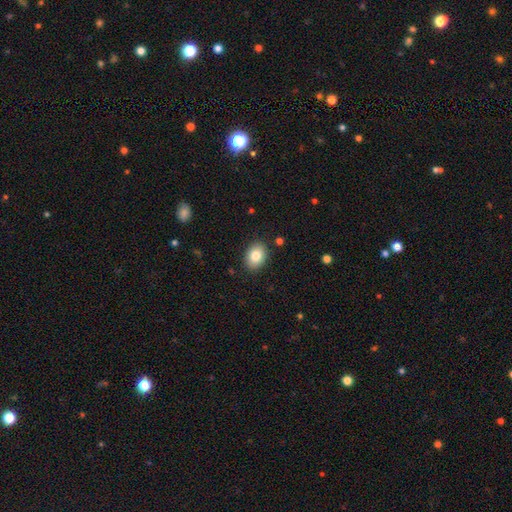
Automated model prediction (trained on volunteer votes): smooth 83%, featured or disk 9%, star or artifact 8%. Down the decision tree: how rounded — in between (72%); merging — none (88%).